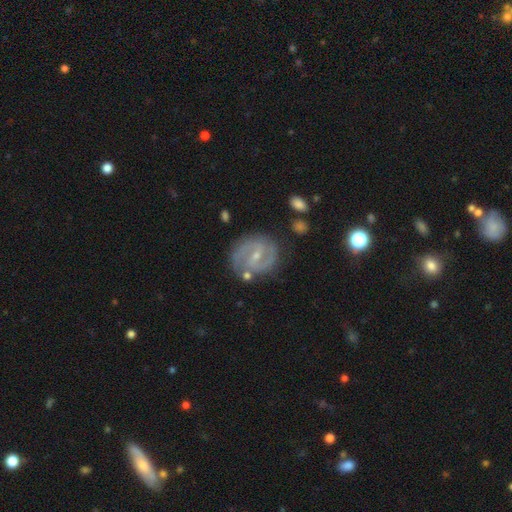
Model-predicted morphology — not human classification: This is clearly a featured or disk galaxy (86%). It is clearly not viewed edge-on (97%). Bar: possibly weak (50%). Spiral arm pattern: clearly yes (95%). Spiral arm count: clearly 2 (87%). Spiral winding: possibly medium (51%). Central bulge: likely small (68%). Merging: likely none (78%).